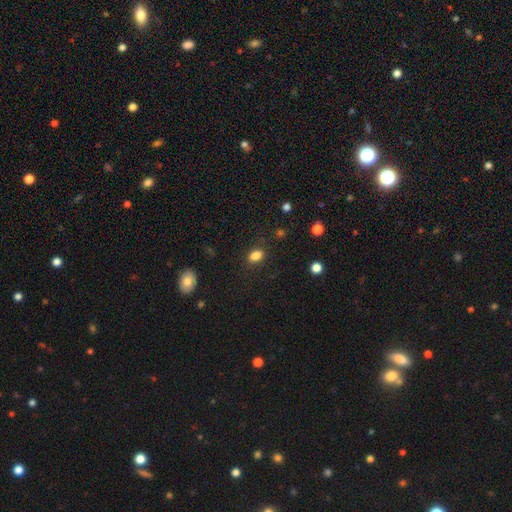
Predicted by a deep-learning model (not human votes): Q: Smooth or featured?
A: smooth (84%); runner-up: star or artifact (11%)
Q: How rounded?
A: in between (77%); runner-up: round (22%)
Q: Merging?
A: none (84%); runner-up: minor disturbance (11%)